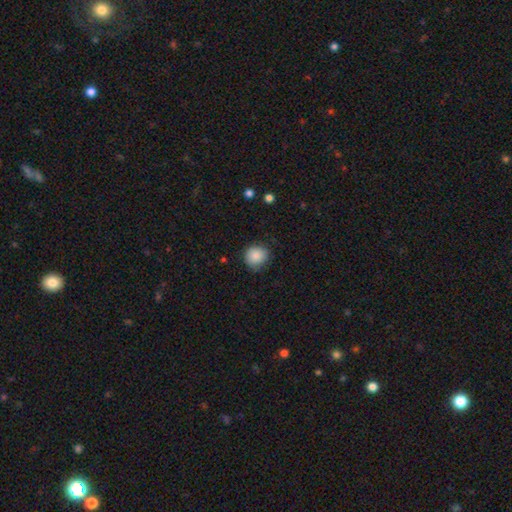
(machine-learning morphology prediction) This appears to be a smooth galaxy with no disk features (85%) that is round (88%). Merging: none (79%).